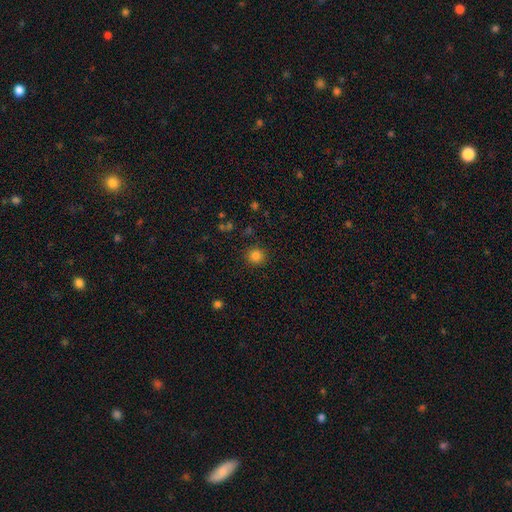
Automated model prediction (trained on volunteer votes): Smooth or featured? Predicted: smooth (p=0.83). How rounded? Predicted: round (p=0.92). Merging? Predicted: none (p=0.89).